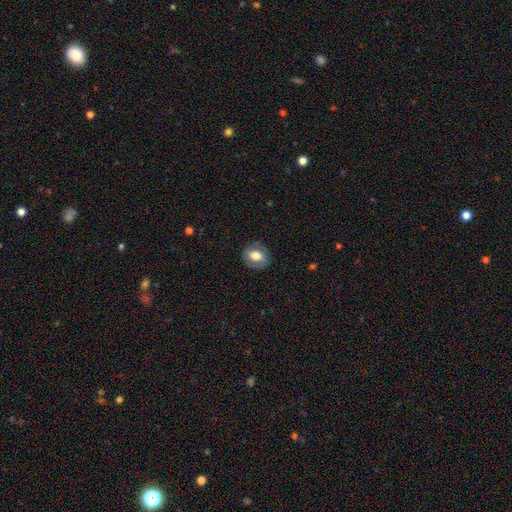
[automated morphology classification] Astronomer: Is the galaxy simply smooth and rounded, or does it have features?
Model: smooth — 66%.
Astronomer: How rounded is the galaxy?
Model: round — 66%.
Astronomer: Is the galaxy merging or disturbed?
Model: none — 84%.